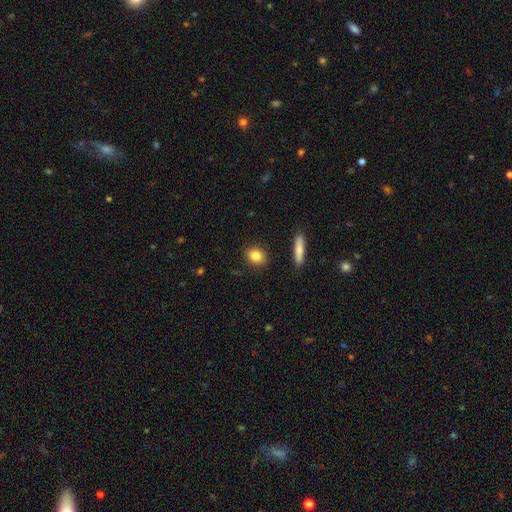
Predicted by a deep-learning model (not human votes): The model was most divided on "how rounded": in between: 54%, round: 42%, cigar-shaped: 4%. More confident: merging — none (89%); smooth or featured — smooth (85%).